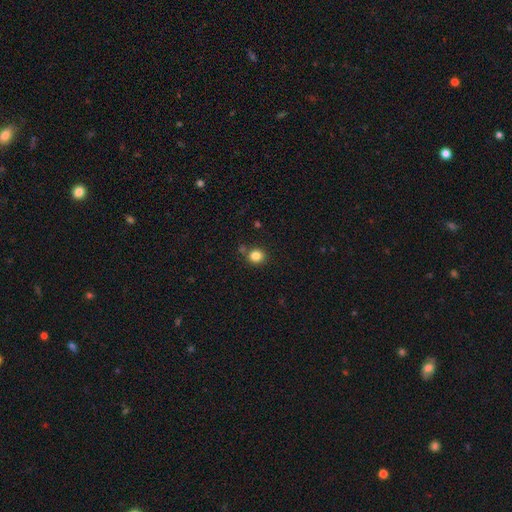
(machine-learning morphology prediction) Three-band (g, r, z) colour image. It shows a smooth galaxy with no disk features (84%) that is round (82%). Merging: none (79%).